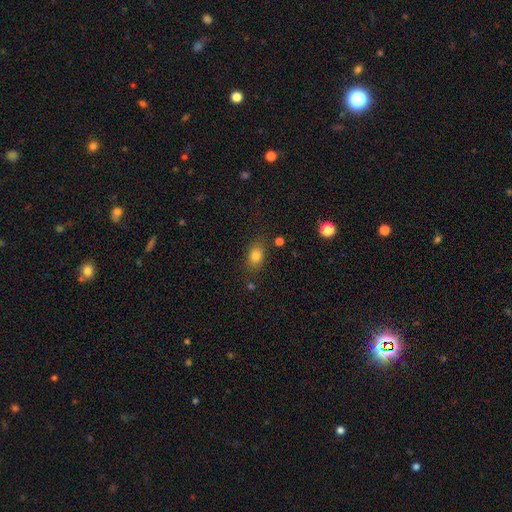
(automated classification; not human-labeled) The model was most divided on "how rounded": in between: 70%, round: 27%, cigar-shaped: 2%. More confident: smooth or featured — smooth (81%); merging — none (77%).